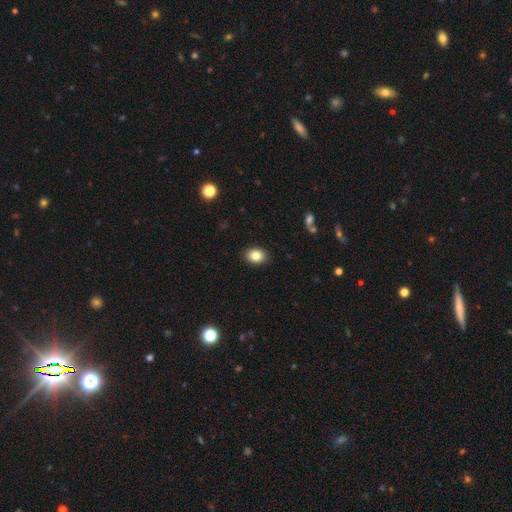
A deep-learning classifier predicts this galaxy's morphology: A smooth galaxy with no disk features (84%) that is in between round and cigar-shaped (60%).

Vote fractions:
- Smooth or featured? smooth: 84% / star or artifact: 9% / featured or disk: 7%
- How rounded? in between: 60% / round: 39% / cigar-shaped: 1%
- Merging? none: 90% / minor disturbance: 7% / major disturbance: 2% / merger: 1%